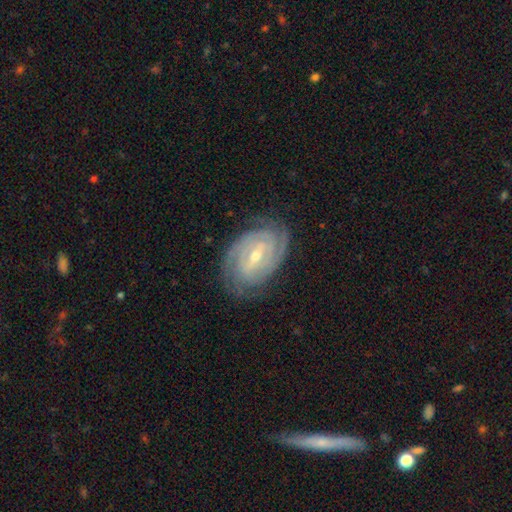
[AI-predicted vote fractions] Overall: featured or disk (88%). Edge-on disk: no (96%). Bar: weak (47%; strong 38%). Spiral arms: yes (97%). Spiral arm count: 2 (36%; 3 23%). Spiral winding: tight (77%). Bulge size: small (52%; moderate 45%). Merging: none (81%).